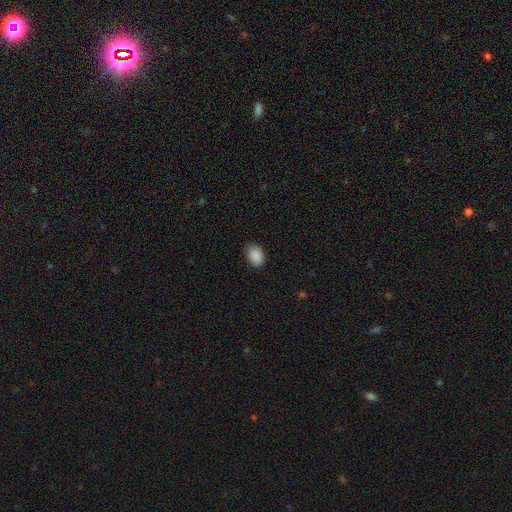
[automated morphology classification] Smooth or featured?
  - smooth: 90% *
  - star or artifact: 7%
  - featured or disk: 3%
How rounded?
  - in between: 79% *
  - round: 20%
  - cigar-shaped: 1%
Merging?
  - none: 83% *
  - minor disturbance: 13%
  - major disturbance: 2%
  - merger: 1%